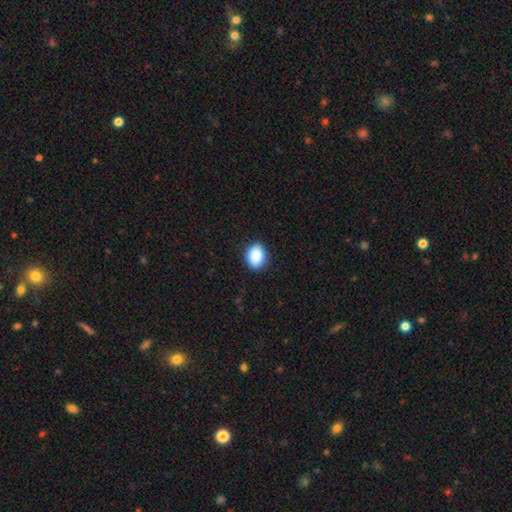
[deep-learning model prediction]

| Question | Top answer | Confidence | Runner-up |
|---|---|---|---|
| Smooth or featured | smooth | 88% | star or artifact (7%) |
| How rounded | in between | 68% | round (30%) |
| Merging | none | 89% | minor disturbance (8%) |